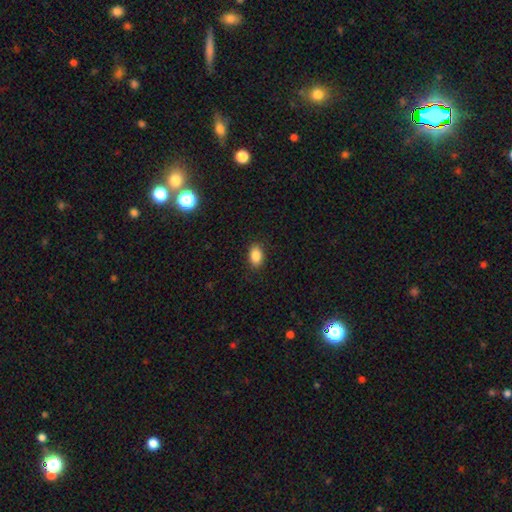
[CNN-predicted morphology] A smooth galaxy with no disk features (87%) that is in between round and cigar-shaped (86%). Merging: none (88%).